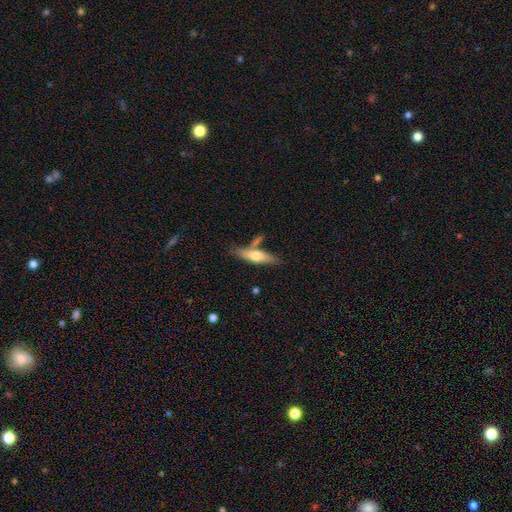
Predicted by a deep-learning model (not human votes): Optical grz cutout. It shows a smooth galaxy with no disk features (56%) that is cigar-shaped (67%). Merging: none (63%).